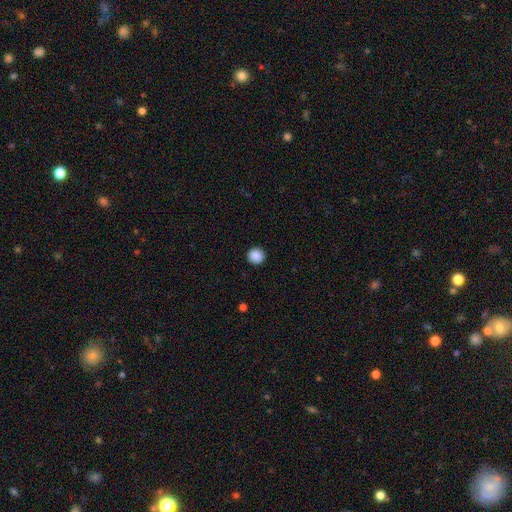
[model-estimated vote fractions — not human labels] smooth 89%, star or artifact 9%, featured or disk 3%. Down the decision tree: how rounded — round (94%); merging — none (93%).